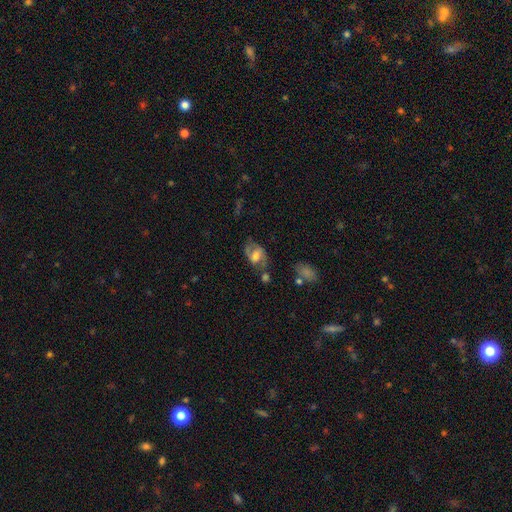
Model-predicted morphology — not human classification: Overall: featured or disk (59%; smooth 33%). Edge-on disk: no (95%). Bar: weak (45%; no 37%). Spiral arms: yes (77%). Bulge size: moderate (46%; large 25%). Merging: none (54%; minor disturbance 22%).